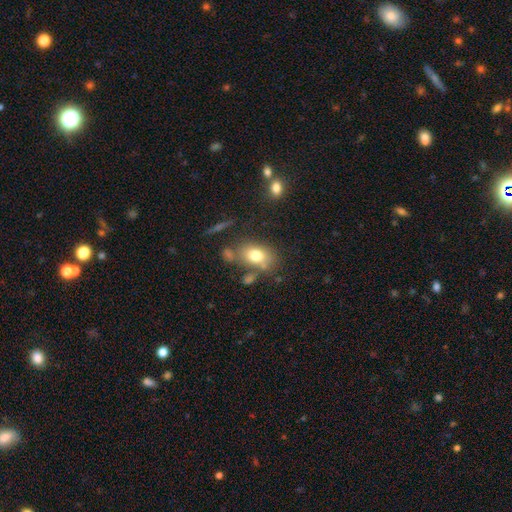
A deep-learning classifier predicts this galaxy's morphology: Smooth or featured? smooth (75%)
How rounded? in between (79%)
Merging? none (61%)